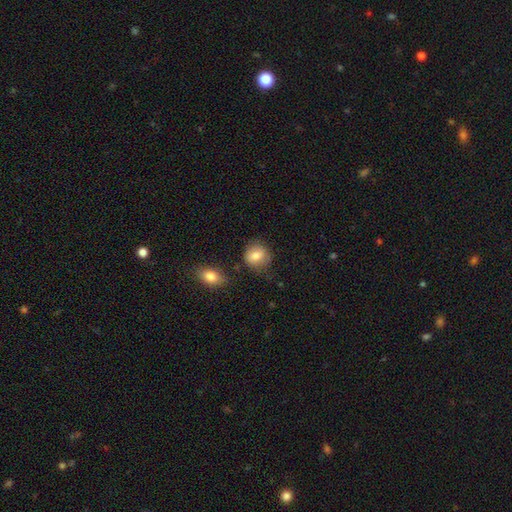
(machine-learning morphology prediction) This is clearly a smooth galaxy (80%). How rounded: likely round (72%). Merging: likely none (73%).